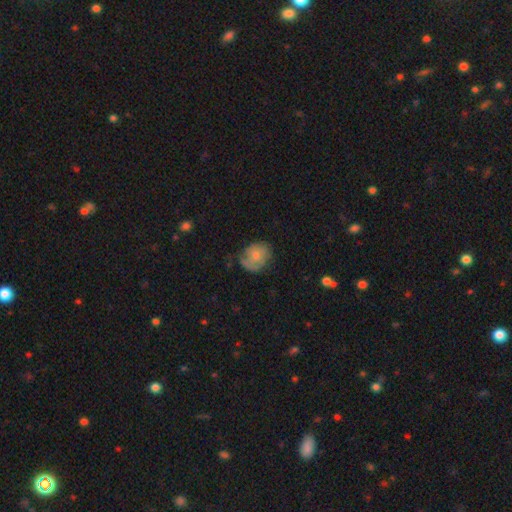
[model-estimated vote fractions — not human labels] Smooth or featured? Predicted: smooth (p=0.57). How rounded? Predicted: round (p=0.59). Merging? Predicted: none (p=0.53).